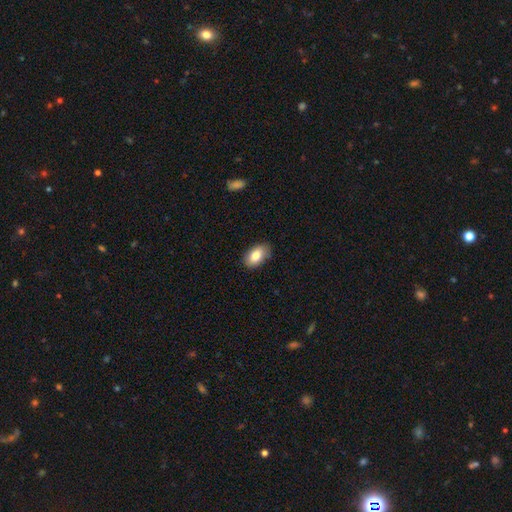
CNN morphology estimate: Smooth or featured?
  - smooth: 82% *
  - featured or disk: 10%
  - star or artifact: 7%
How rounded?
  - in between: 91% *
  - round: 7%
  - cigar-shaped: 2%
Merging?
  - none: 83% *
  - minor disturbance: 14%
  - major disturbance: 2%
  - merger: 1%